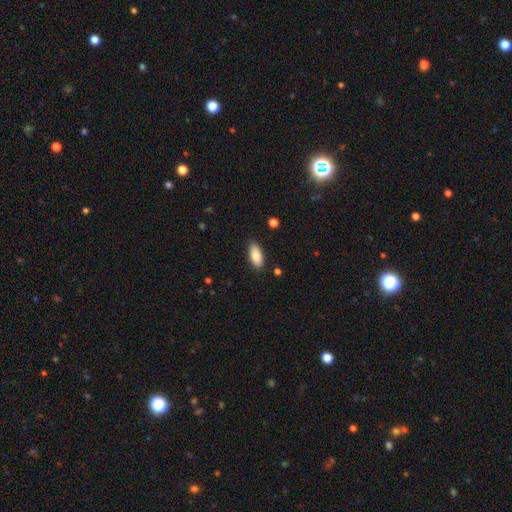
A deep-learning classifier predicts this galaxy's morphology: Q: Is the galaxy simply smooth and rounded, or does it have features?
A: smooth — 80%.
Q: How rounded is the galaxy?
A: in between — 86%.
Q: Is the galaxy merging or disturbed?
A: none — 86%.